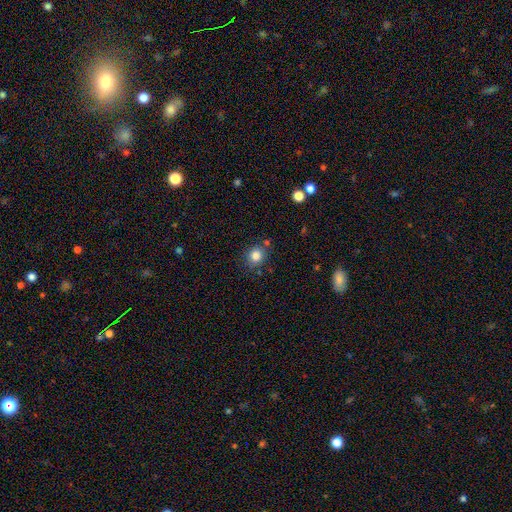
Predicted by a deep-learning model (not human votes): smooth 83%, star or artifact 11%, featured or disk 6%. Down the decision tree: how rounded — round (77%); merging — none (79%).